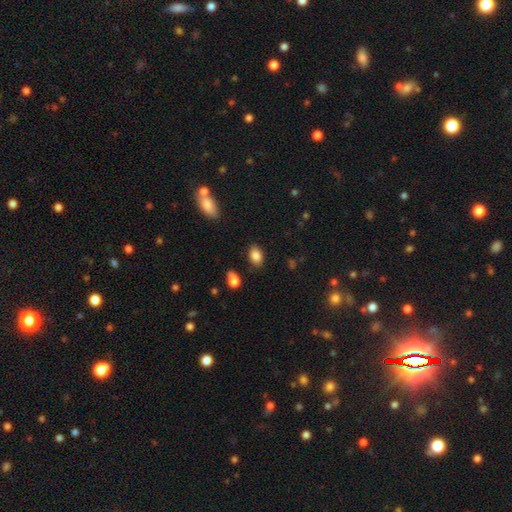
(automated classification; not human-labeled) smooth_or_featured: smooth (p=0.85) [alt: star or artifact p=0.09]
how_rounded: in between (p=0.85) [alt: round p=0.13]
merging: none (p=0.81) [alt: minor disturbance p=0.13]